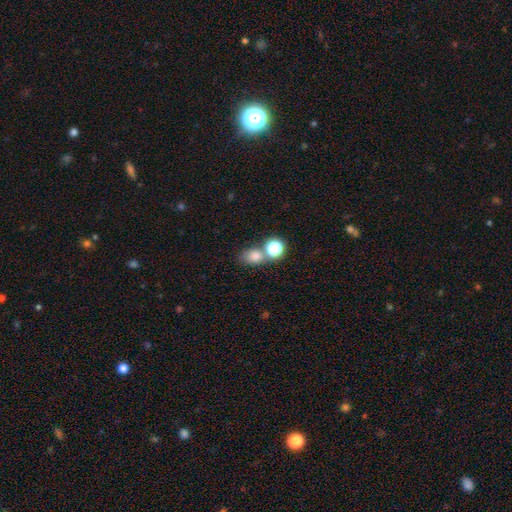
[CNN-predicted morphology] Overall: smooth (74%). How rounded: in between (54%; round 44%). Merging: none (53%; merger 31%).